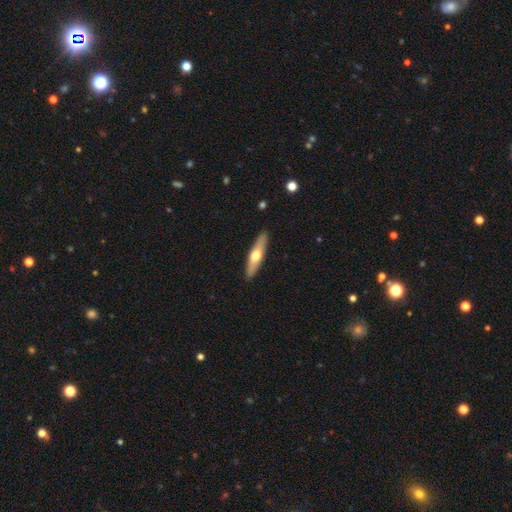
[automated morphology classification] Smooth or featured: smooth — 49% (featured or disk — 46%)
Merging: none — 90% (minor disturbance — 7%)